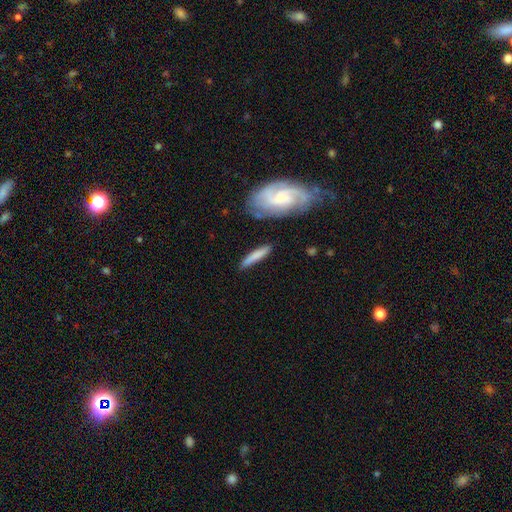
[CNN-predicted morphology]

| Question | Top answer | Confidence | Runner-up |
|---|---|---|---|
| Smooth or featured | smooth | 69% | featured or disk (25%) |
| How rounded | cigar-shaped | 88% | in between (10%) |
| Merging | none | 77% | minor disturbance (14%) |